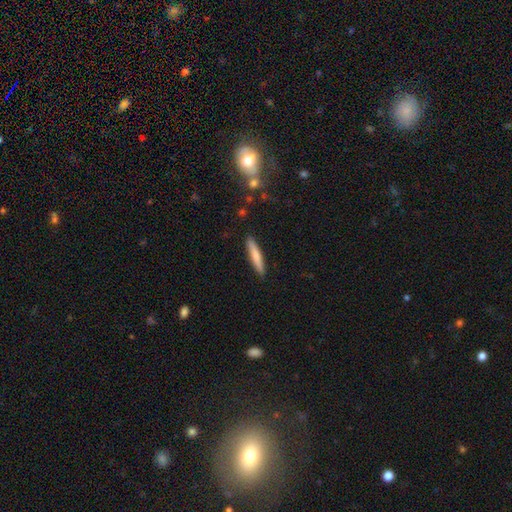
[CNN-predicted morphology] Smooth or featured? smooth (73%)
How rounded? cigar-shaped (91%)
Merging? none (90%)